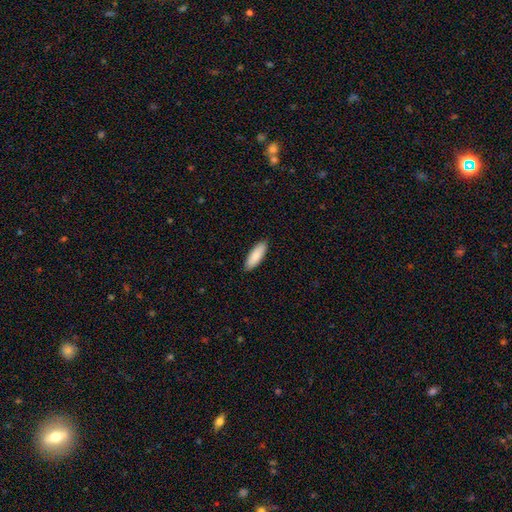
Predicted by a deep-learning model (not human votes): Smooth or featured? smooth (87%)
How rounded? in between (61%)
Merging? none (90%)